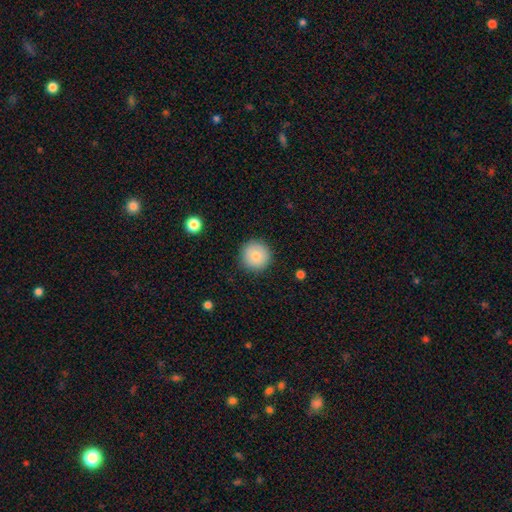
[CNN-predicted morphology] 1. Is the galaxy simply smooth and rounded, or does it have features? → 83% smooth, 9% featured or disk, 8% star or artifact.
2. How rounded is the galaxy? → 96% round, 3% in between, 1% cigar-shaped.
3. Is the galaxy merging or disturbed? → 91% none, 6% minor disturbance, 2% major disturbance, 1% merger.